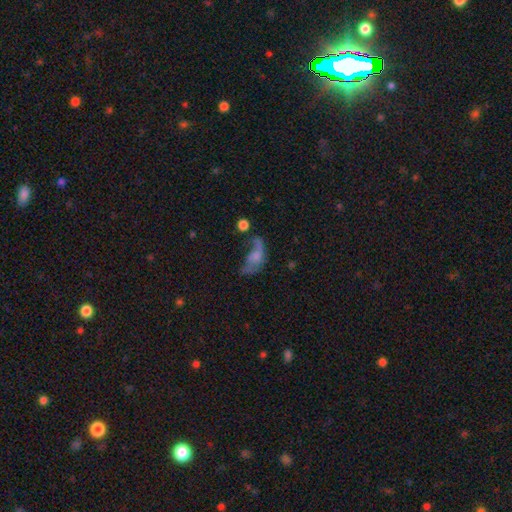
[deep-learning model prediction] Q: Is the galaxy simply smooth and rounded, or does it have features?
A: smooth — 43%, tied with featured or disk.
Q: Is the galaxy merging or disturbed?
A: major disturbance — 45%.